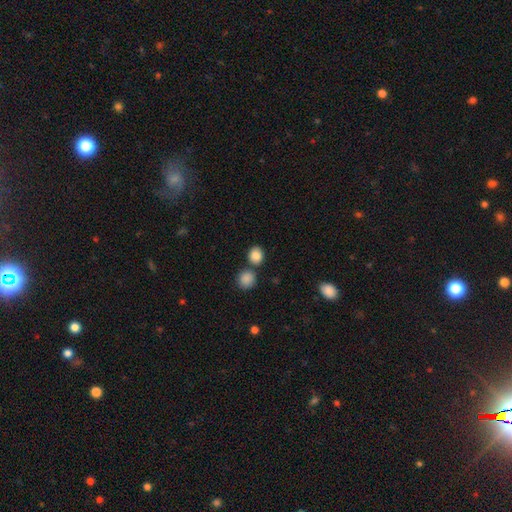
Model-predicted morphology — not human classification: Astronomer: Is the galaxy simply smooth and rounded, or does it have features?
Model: smooth — 86%.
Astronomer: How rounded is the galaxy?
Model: round — 67%.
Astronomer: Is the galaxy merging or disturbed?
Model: none — 65%.